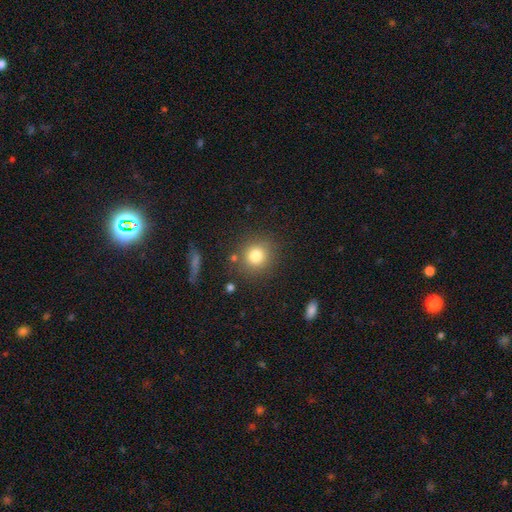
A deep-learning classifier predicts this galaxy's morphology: Smooth or featured: smooth — 80% (star or artifact — 12%)
How rounded: round — 89% (in between — 10%)
Merging: none — 83% (minor disturbance — 9%)